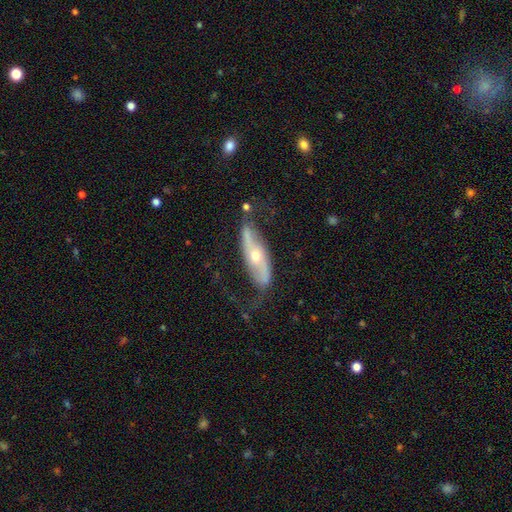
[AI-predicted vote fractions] Smooth or featured: featured or disk — 78% (smooth — 16%)
Edge-on disk: no — 76% (yes — 24%)
Bar: no — 56% (strong — 23%)
Spiral arms: yes — 83% (no — 17%)
Bulge size: moderate — 55% (small — 40%)
Merging: none — 59% (minor disturbance — 24%)